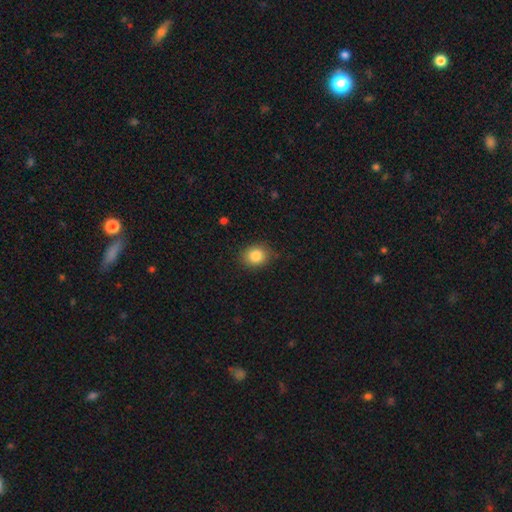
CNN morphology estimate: smooth 84%, star or artifact 10%, featured or disk 6%. Down the decision tree: how rounded — round (66%); merging — none (83%).